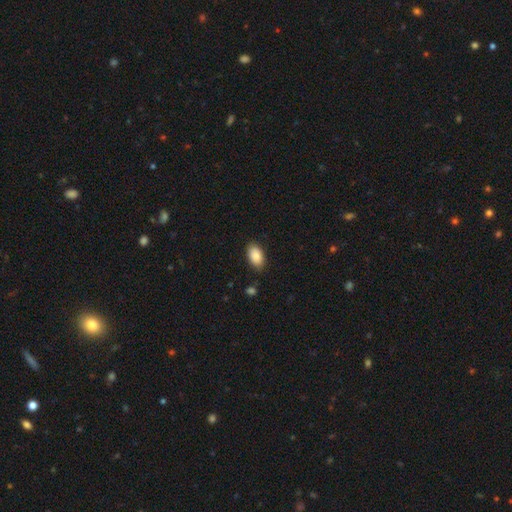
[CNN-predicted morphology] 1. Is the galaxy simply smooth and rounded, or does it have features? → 89% smooth, 7% star or artifact, 5% featured or disk.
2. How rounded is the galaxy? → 93% in between, 5% round, 2% cigar-shaped.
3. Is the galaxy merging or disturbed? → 84% none, 12% minor disturbance, 3% major disturbance, 1% merger.